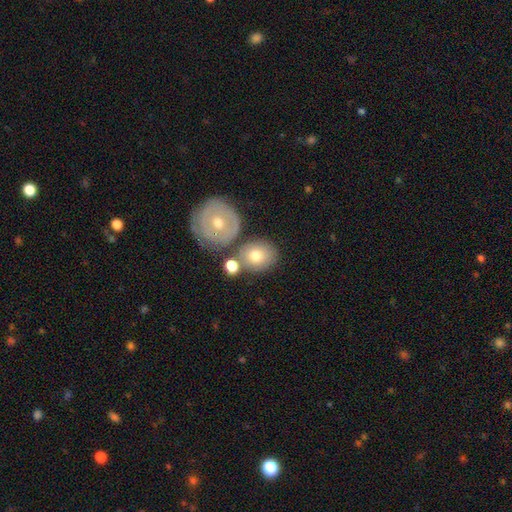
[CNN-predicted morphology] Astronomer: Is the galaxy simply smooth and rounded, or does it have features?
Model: smooth — 69%.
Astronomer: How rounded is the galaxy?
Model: round — 62% (runner-up: in between, 37%).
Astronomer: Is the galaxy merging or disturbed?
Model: none — 61%.